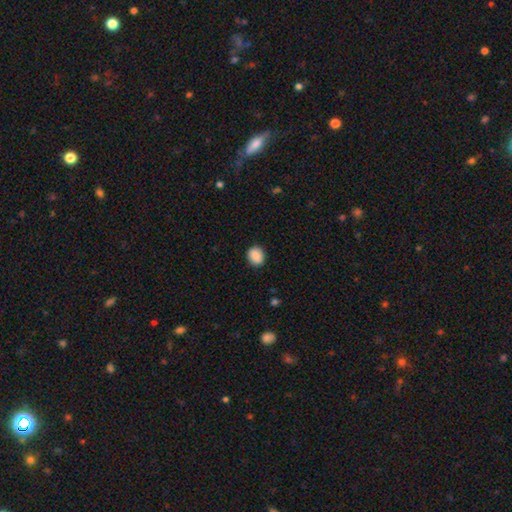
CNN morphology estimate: Smooth or featured?
  - smooth: 89% *
  - star or artifact: 8%
  - featured or disk: 3%
How rounded?
  - round: 61% *
  - in between: 38%
  - cigar-shaped: 1%
Merging?
  - none: 88% *
  - minor disturbance: 9%
  - major disturbance: 2%
  - merger: 1%